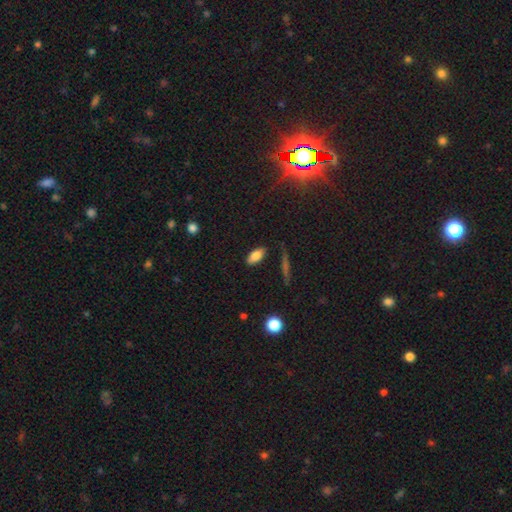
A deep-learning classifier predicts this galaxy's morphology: This is clearly a smooth galaxy (82%). How rounded: clearly in between (88%). Merging: clearly none (84%).